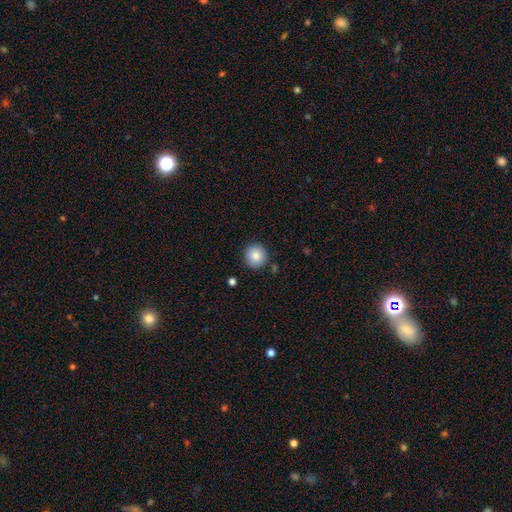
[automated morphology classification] Overall: smooth (84%). How rounded: round (94%). Merging: none (89%).